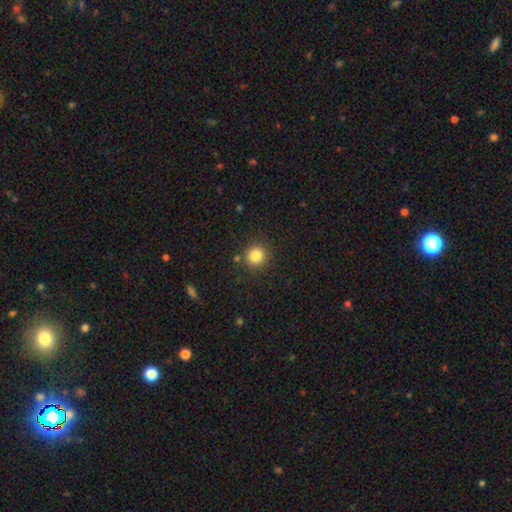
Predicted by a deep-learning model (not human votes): Smooth or featured? Predicted: smooth (p=0.83). How rounded? Predicted: round (p=0.93). Merging? Predicted: none (p=0.87).